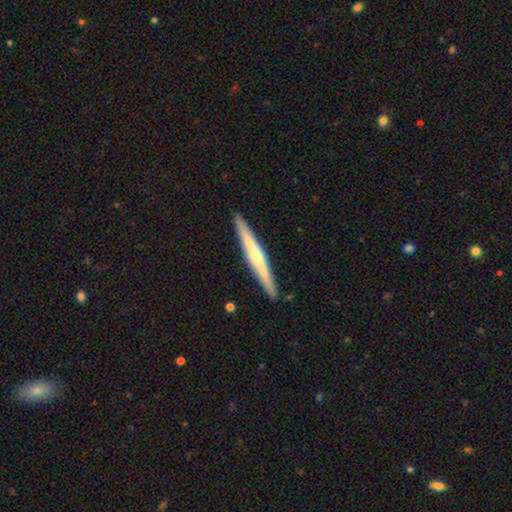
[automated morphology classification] Overall: featured or disk (59%; smooth 36%). Edge-on disk: yes (96%). Edge-on bulge: rounded (62%; none 33%). Merging: none (92%).